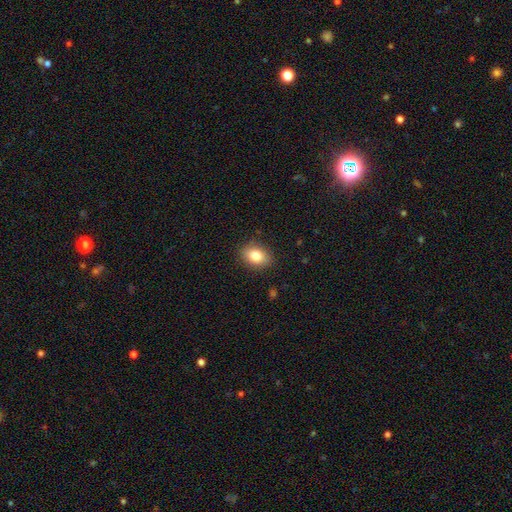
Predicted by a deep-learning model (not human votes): Smooth or featured? Predicted: smooth (p=0.83). How rounded? Predicted: in between (p=0.73). Merging? Predicted: none (p=0.86).